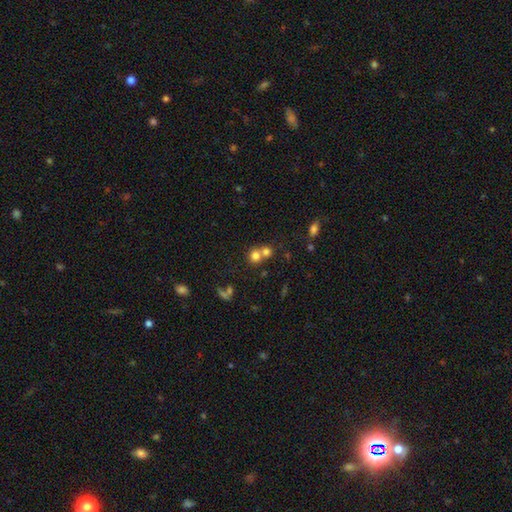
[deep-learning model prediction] This is likely a smooth galaxy (75%). How rounded: clearly round (85%). Merging: possibly merger (49%).